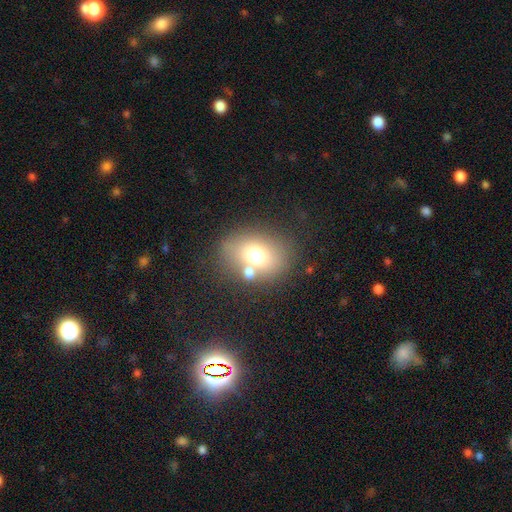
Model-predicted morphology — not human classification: Smooth or featured: smooth — 69% (featured or disk — 17%)
How rounded: in between — 56% (round — 43%)
Merging: none — 65% (merger — 17%)